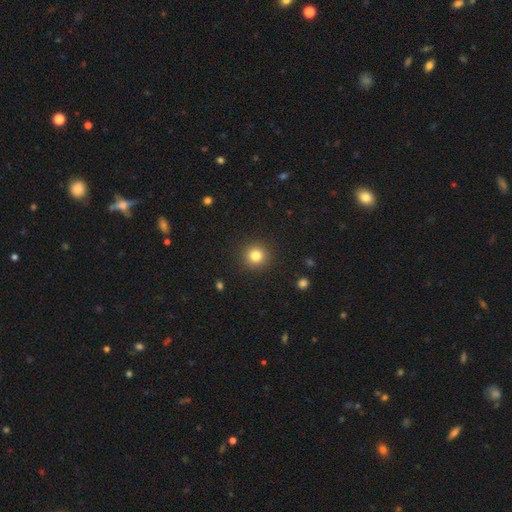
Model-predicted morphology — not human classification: A smooth galaxy with no disk features (82%) that is round (94%). Merging: none (92%).